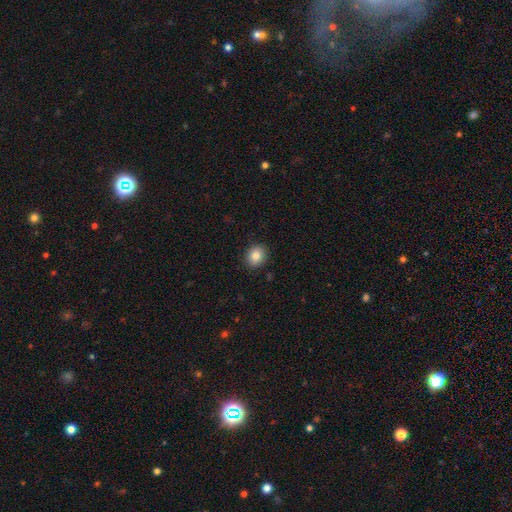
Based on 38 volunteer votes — Smooth or featured? 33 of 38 (87%) said smooth. How rounded? 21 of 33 (64%) said round. Merging? 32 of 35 (91%) said none.